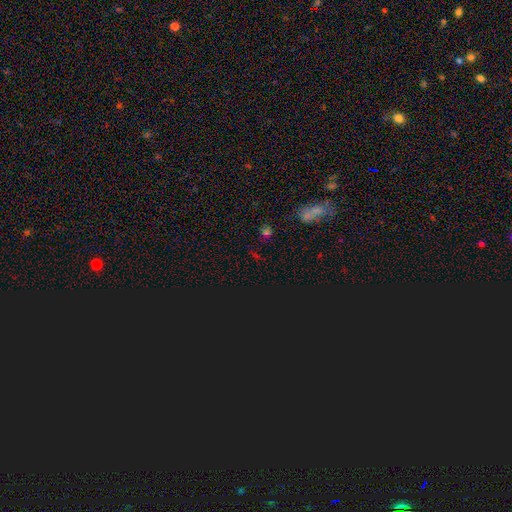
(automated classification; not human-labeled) Smooth or featured? star or artifact (65%)